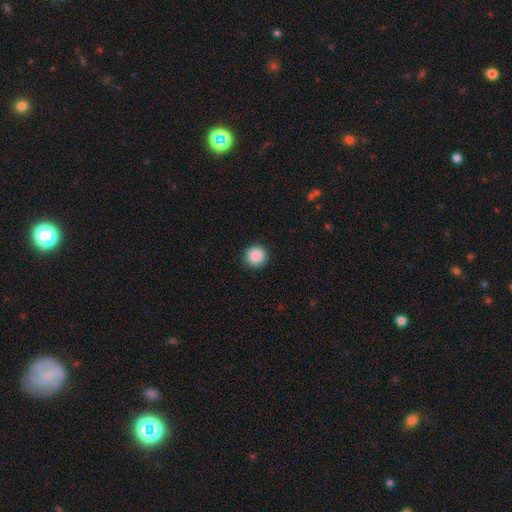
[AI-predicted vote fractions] Smooth or featured? smooth (89%)
How rounded? round (96%)
Merging? none (93%)